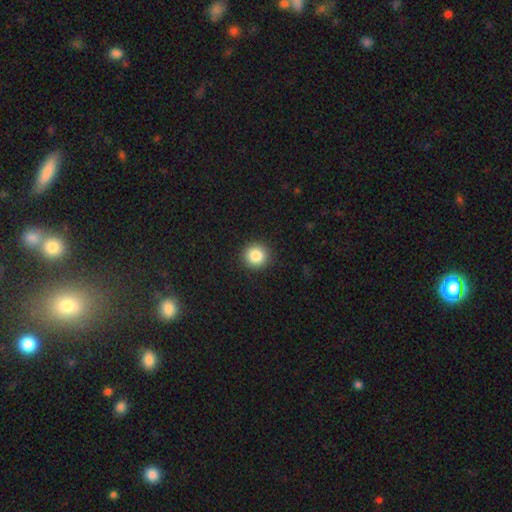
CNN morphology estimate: Smooth or featured: smooth — 86% (star or artifact — 10%)
How rounded: round — 93% (in between — 6%)
Merging: none — 92% (minor disturbance — 6%)